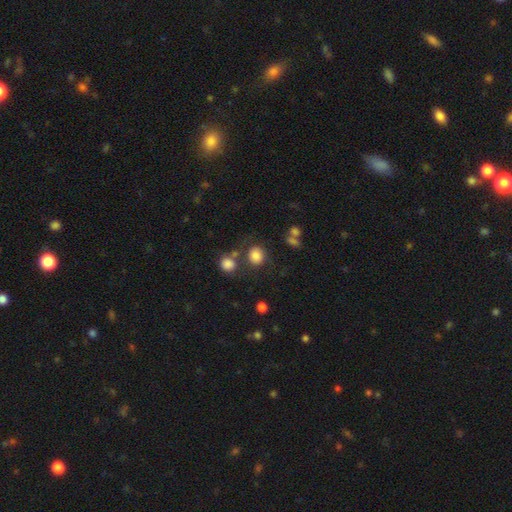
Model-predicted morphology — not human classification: Q: Smooth or featured?
A: smooth (82%); runner-up: star or artifact (11%)
Q: How rounded?
A: round (76%); runner-up: in between (23%)
Q: Merging?
A: none (69%); runner-up: merger (13%)